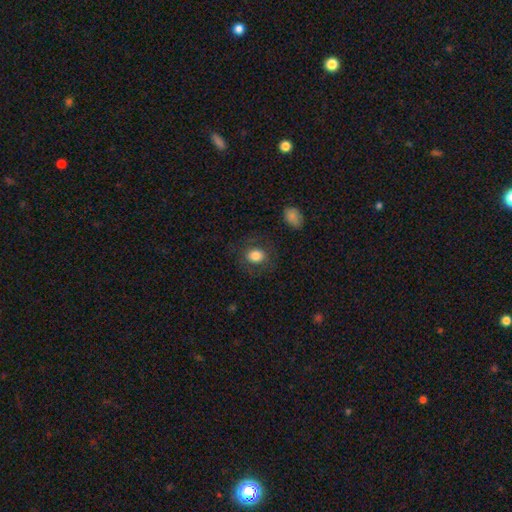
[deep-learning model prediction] Smooth or featured? smooth (79%)
How rounded? round (57%)
Merging? none (79%)